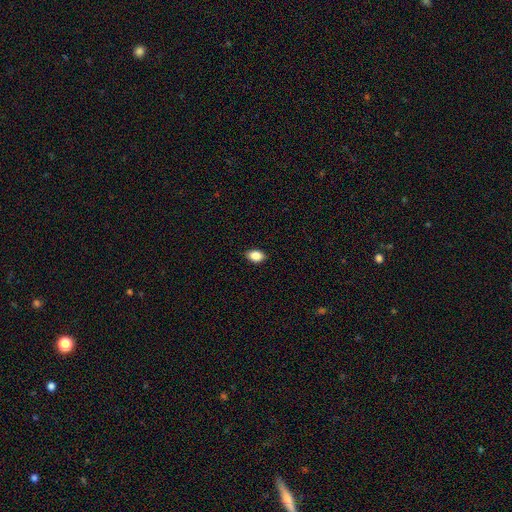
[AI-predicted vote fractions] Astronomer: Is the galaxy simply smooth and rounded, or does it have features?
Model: smooth — 88%.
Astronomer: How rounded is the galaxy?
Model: in between — 82%.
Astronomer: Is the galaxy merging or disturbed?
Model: none — 88%.